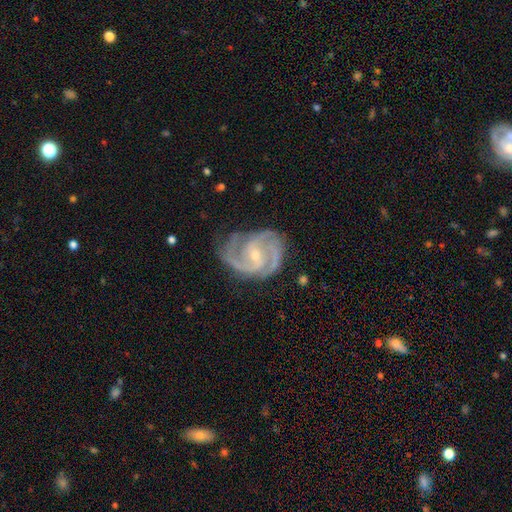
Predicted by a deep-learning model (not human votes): A featured or disk galaxy (92%) with a weak bar (43%), 2 (41%) medium (50%) spiral arms (98%) and a small central bulge (68%).

Vote fractions:
- Smooth or featured? featured or disk: 92% / star or artifact: 4% / smooth: 4%
- Edge-on disk? no: 98% / yes: 2%
- Bar? weak: 43% / no: 41% / strong: 16%
- Spiral arms? yes: 98% / no: 2%
- Spiral winding? medium: 50% / tight: 43% / loose: 7%
- Spiral arm count? 2: 41% / 3: 40% / can't tell: 6% / 4: 5% / 1: 4% / more than 4: 4%
- Bulge size? small: 68% / moderate: 29% / none: 1% / large: 1% / dominant: 1%
- Merging? none: 69% / minor disturbance: 22% / major disturbance: 8% / merger: 1%